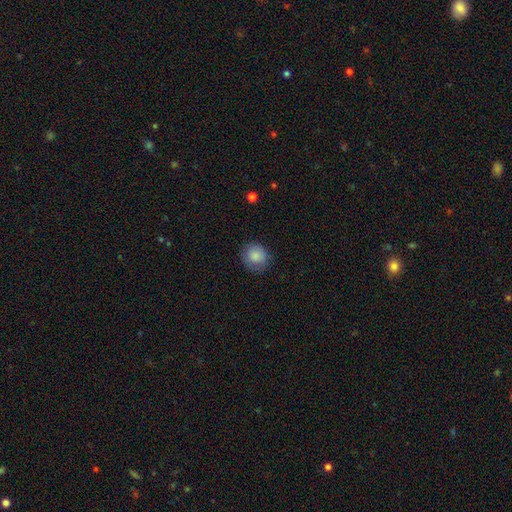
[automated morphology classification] The model was most divided on "merging": none: 80%, minor disturbance: 15%, major disturbance: 4%, merger: 1%. More confident: how rounded — round (84%); smooth or featured — smooth (84%).